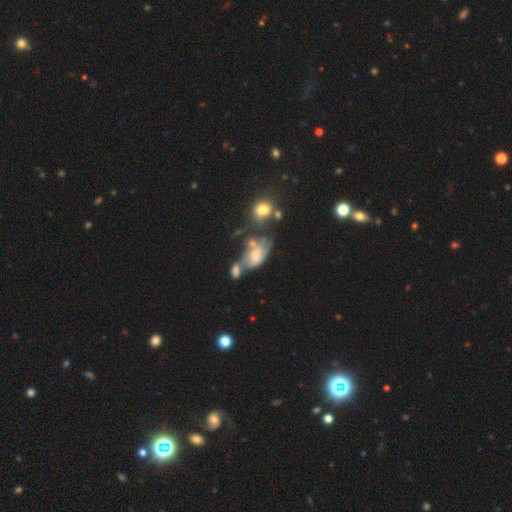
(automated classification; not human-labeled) A featured or disk galaxy (57%) with no bar (69%), spiral arms (66%) and a small central bulge (44%).

Vote fractions:
- Smooth or featured? featured or disk: 57% / smooth: 34% / star or artifact: 9%
- Edge-on disk? no: 94% / yes: 6%
- Bar? no: 69% / weak: 25% / strong: 6%
- Spiral arms? yes: 66% / no: 34%
- Bulge size? small: 44% / moderate: 43% / none: 6% / large: 6% / dominant: 2%
- Merging? merger: 42% / none: 24% / minor disturbance: 18% / major disturbance: 17%